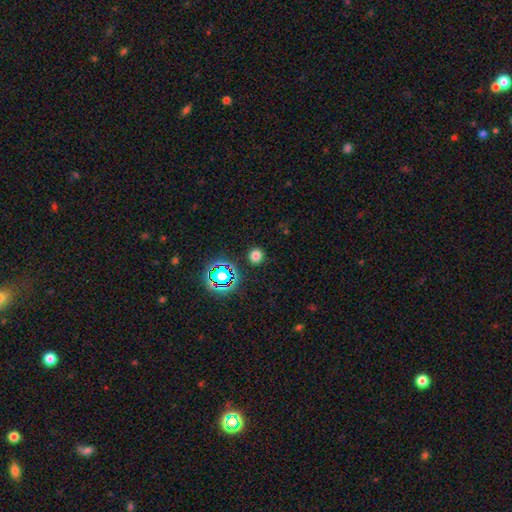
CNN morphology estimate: Q: Smooth or featured?
A: smooth (71%); runner-up: star or artifact (23%)
Q: How rounded?
A: round (90%); runner-up: in between (9%)
Q: Merging?
A: none (89%); runner-up: minor disturbance (6%)